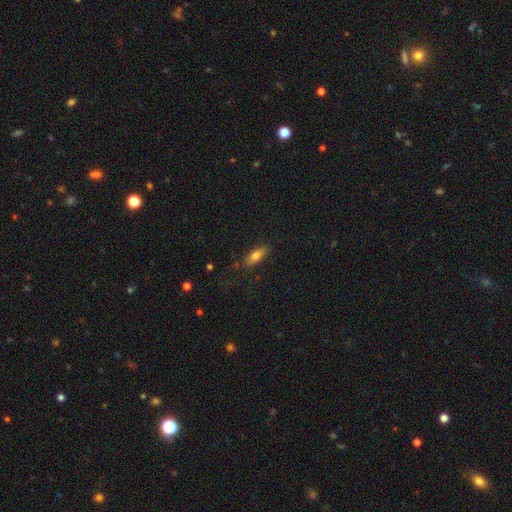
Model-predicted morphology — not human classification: This is likely a smooth galaxy (74%). How rounded: likely in between (72%). Merging: likely none (79%).